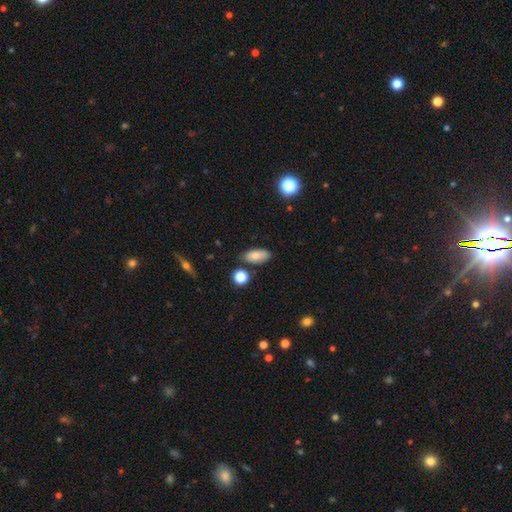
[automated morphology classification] smooth_or_featured: smooth (p=0.80) [alt: featured or disk p=0.11]
how_rounded: in between (p=0.88) [alt: cigar-shaped p=0.07]
merging: none (p=0.79) [alt: minor disturbance p=0.14]